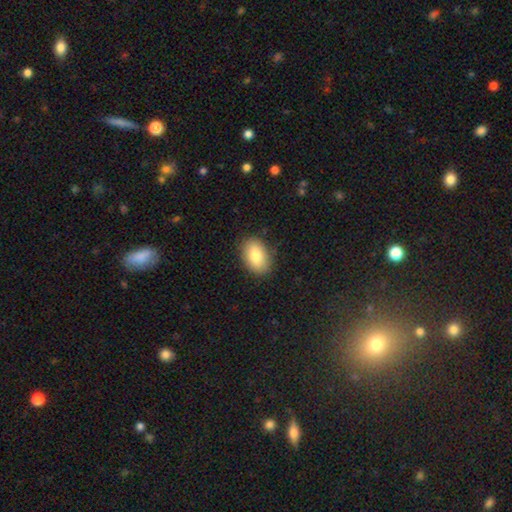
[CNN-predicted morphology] Smooth or featured? smooth (82%)
How rounded? in between (88%)
Merging? none (86%)